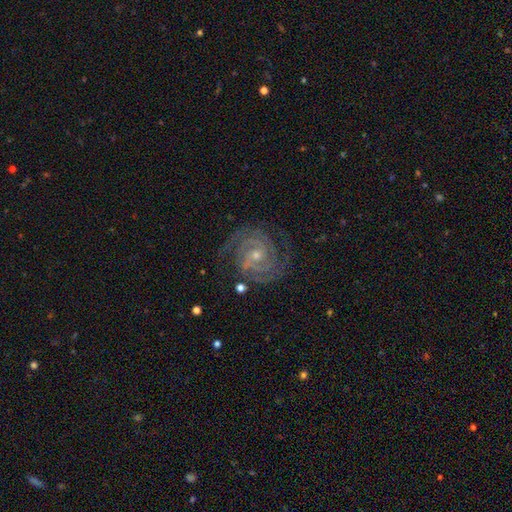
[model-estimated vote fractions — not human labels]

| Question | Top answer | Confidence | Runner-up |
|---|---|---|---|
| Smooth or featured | featured or disk | 91% | star or artifact (5%) |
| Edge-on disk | no | 98% | yes (2%) |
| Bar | no | 56% | weak (33%) |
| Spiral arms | yes | 99% | no (1%) |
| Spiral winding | tight | 72% | medium (25%) |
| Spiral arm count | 2 | 53% | 3 (21%) |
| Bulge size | small | 67% | moderate (30%) |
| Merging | none | 77% | minor disturbance (15%) |